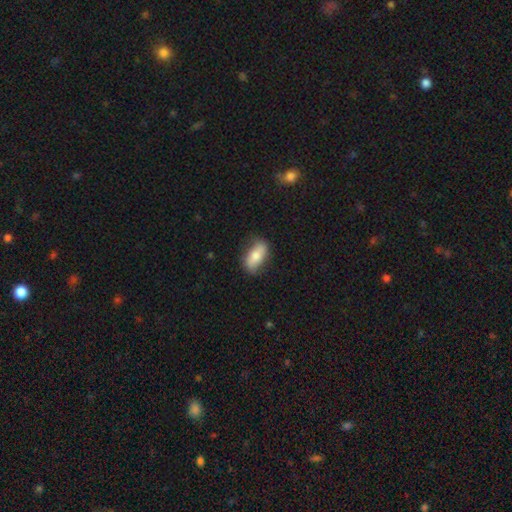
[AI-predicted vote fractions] Morphology: type=smooth (70%); roundness=in between (82%); merging=none (76%).